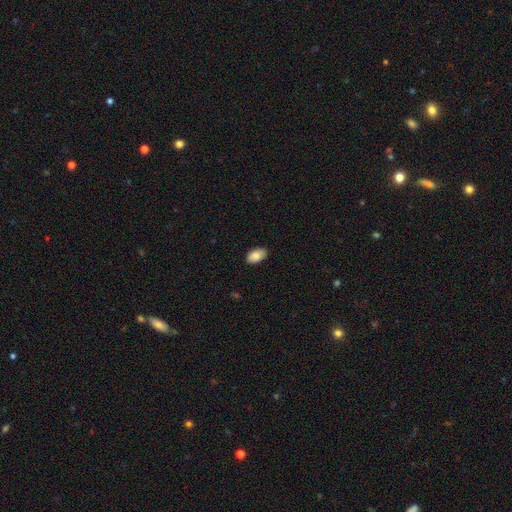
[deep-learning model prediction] smooth_or_featured: smooth (p=0.85) [alt: featured or disk p=0.08]
how_rounded: in between (p=0.94) [alt: round p=0.05]
merging: none (p=0.86) [alt: minor disturbance p=0.11]